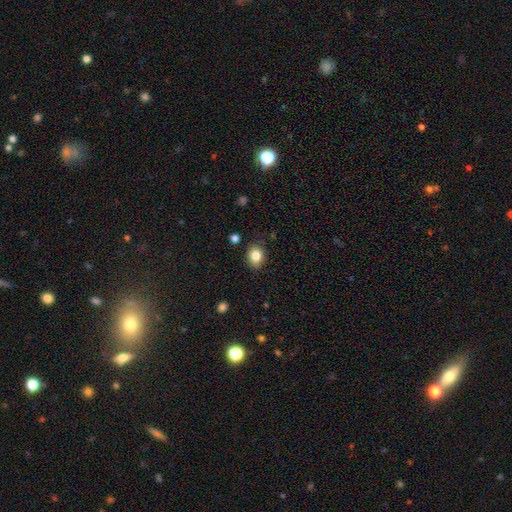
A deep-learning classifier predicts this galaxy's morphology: A smooth galaxy with no disk features (83%) that is in between round and cigar-shaped (51%). Merging: none (85%).